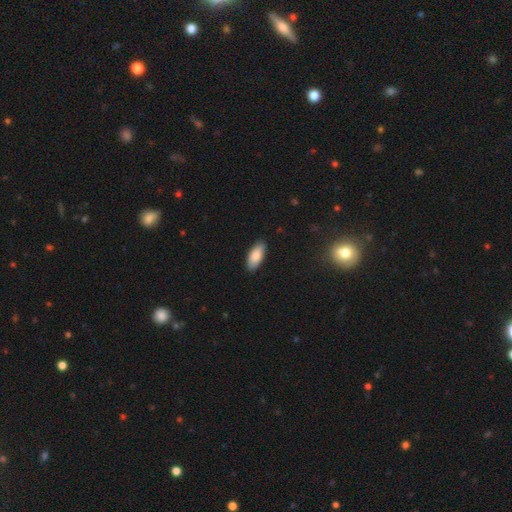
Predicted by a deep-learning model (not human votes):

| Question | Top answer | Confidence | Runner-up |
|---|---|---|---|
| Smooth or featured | smooth | 87% | featured or disk (7%) |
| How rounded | in between | 88% | cigar-shaped (11%) |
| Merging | none | 88% | minor disturbance (10%) |